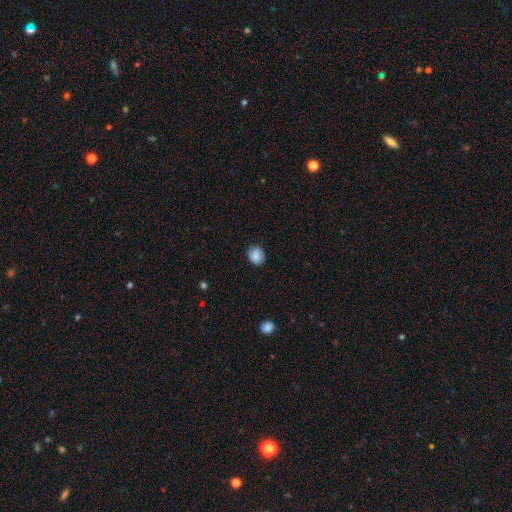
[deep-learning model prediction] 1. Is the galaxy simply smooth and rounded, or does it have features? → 85% smooth, 8% star or artifact, 7% featured or disk.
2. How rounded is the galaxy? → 67% round, 32% in between, 1% cigar-shaped.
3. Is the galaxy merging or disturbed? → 84% none, 13% minor disturbance, 2% major disturbance, 1% merger.